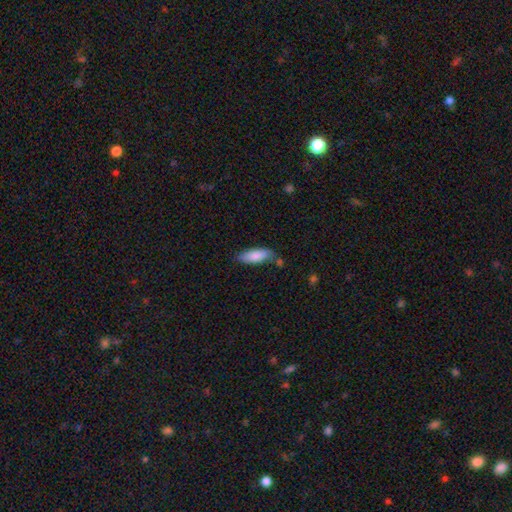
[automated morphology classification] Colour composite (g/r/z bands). It shows a smooth galaxy with no disk features (85%) that is in between round and cigar-shaped (66%). Merging: none (69%).